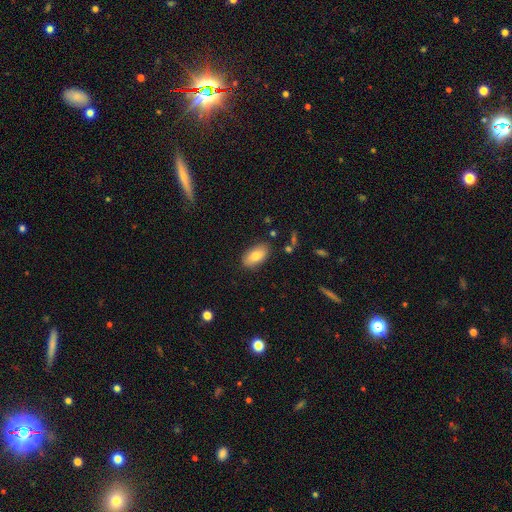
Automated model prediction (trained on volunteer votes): Smooth or featured? Predicted: smooth (p=0.80). How rounded? Predicted: in between (p=0.92). Merging? Predicted: none (p=0.84).